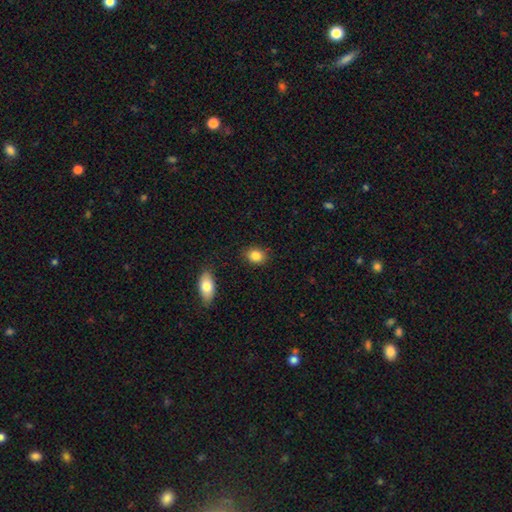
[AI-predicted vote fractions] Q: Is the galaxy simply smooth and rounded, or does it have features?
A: smooth — 85%.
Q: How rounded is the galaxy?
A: in between — 56%.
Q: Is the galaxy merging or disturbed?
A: none — 87%.